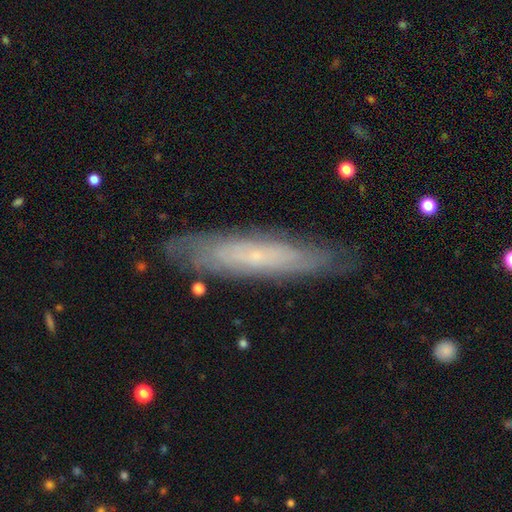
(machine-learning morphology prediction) A featured or disk galaxy (60%) viewed edge-on (55%). Merging: none (83%).